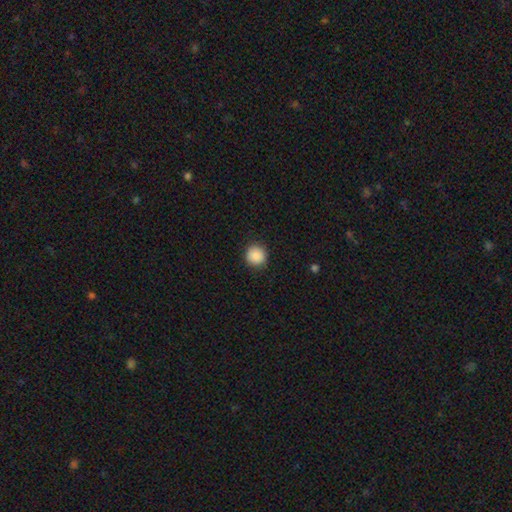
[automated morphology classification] smooth 89%, star or artifact 8%, featured or disk 3%. Down the decision tree: how rounded — round (93%); merging — none (91%).